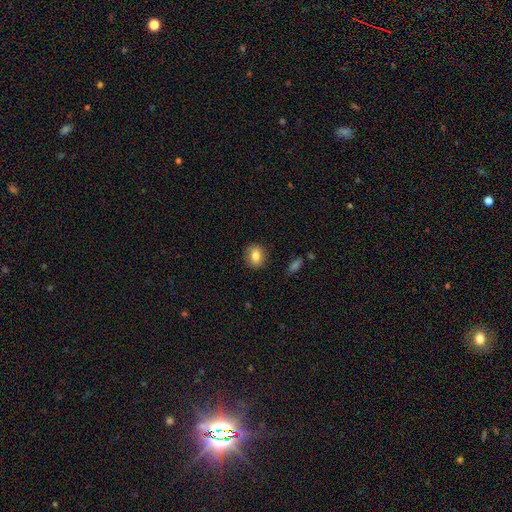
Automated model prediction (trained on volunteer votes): Morphology: type=smooth (82%); roundness=round (69%); merging=none (86%).